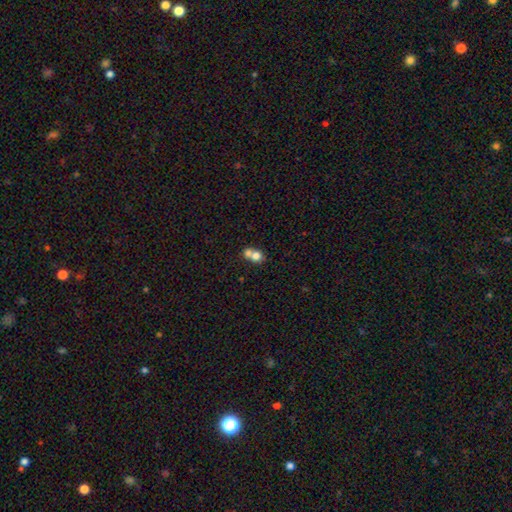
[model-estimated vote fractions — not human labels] This is likely a smooth galaxy (74%). How rounded: likely round (71%). Merging: likely merger (65%).